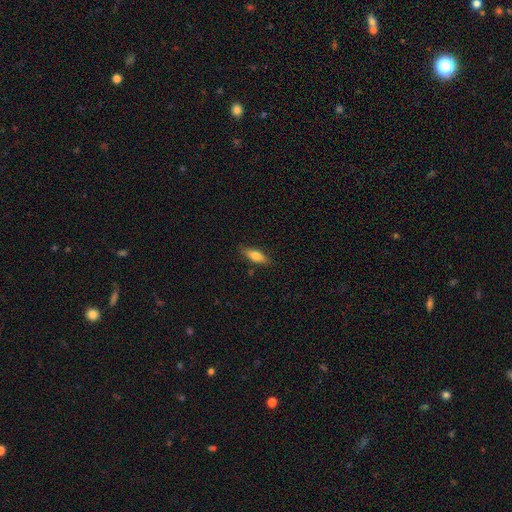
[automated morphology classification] smooth_or_featured: smooth (p=0.74) [alt: featured or disk p=0.19]
how_rounded: in between (p=0.57) [alt: cigar-shaped p=0.41]
merging: none (p=0.83) [alt: minor disturbance p=0.13]